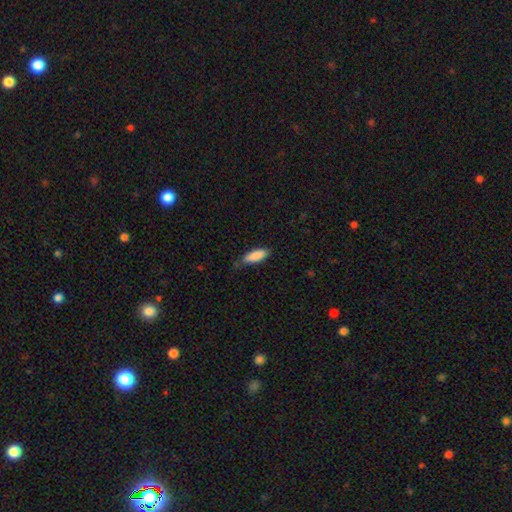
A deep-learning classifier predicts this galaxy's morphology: Smooth or featured?
  - smooth: 88% *
  - star or artifact: 6%
  - featured or disk: 6%
How rounded?
  - in between: 61% *
  - cigar-shaped: 38%
  - round: 2%
Merging?
  - none: 74% *
  - minor disturbance: 21%
  - major disturbance: 3%
  - merger: 2%